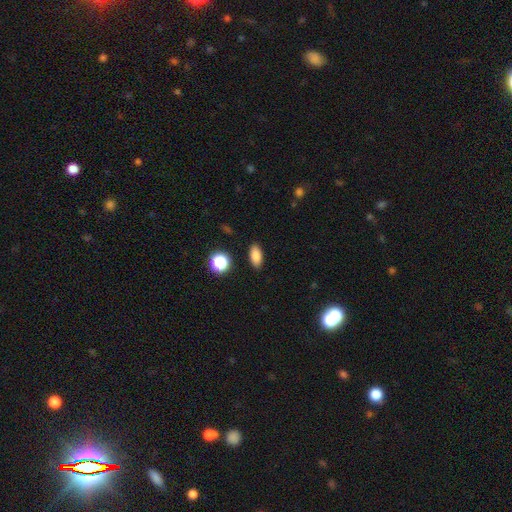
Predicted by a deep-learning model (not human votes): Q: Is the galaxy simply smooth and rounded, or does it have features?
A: smooth — 84%.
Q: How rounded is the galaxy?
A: in between — 84%.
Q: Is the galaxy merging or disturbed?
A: none — 89%.